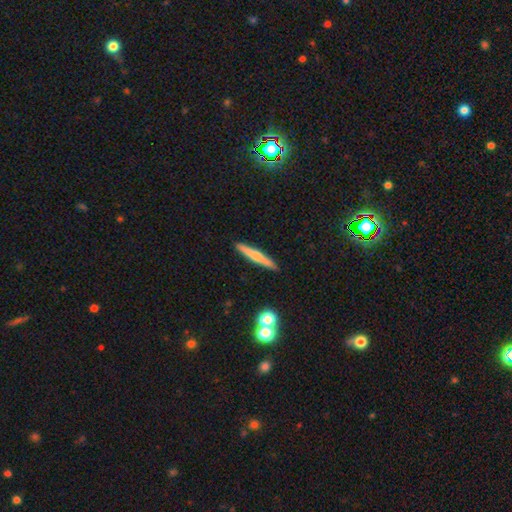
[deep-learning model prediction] Smooth or featured? Predicted: featured or disk (p=0.48). Merging? Predicted: none (p=0.91).